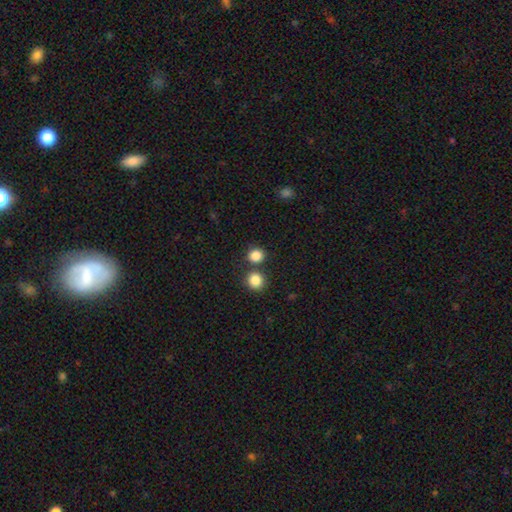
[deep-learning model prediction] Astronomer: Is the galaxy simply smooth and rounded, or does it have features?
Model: smooth — 85%.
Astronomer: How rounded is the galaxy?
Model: round — 87%.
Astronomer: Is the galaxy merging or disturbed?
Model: none — 72%.